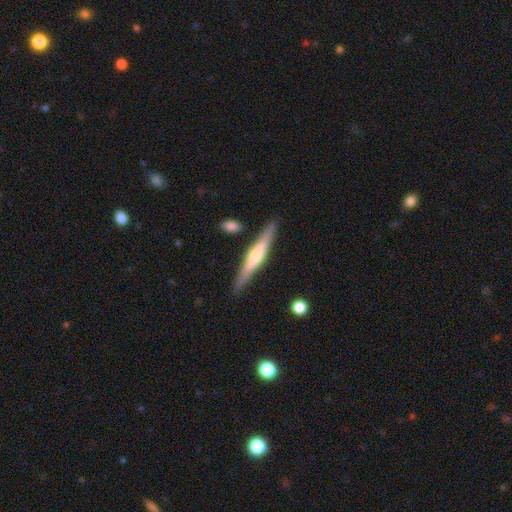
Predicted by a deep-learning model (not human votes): smooth-or-featured: featured or disk: 61% | smooth: 34% | star or artifact: 5%
  disk-edge-on: yes: 96% | no: 4%
    edge-on-bulge: rounded: 71% | boxy: 18% | none: 12%
  merging: none: 87% | minor disturbance: 9% | merger: 3% | major disturbance: 2%